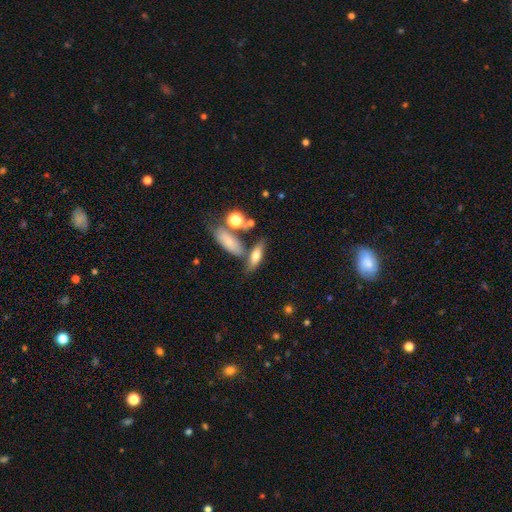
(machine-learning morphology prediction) smooth 65%, featured or disk 25%, star or artifact 10%. Down the decision tree: how rounded — in between (57%); merging — none (55%).